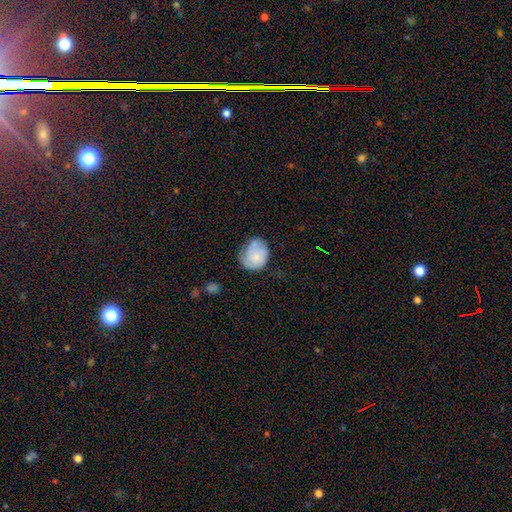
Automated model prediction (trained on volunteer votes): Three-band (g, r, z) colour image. It shows a smooth galaxy with no disk features (65%) that is round (60%). Merging: none (50%).